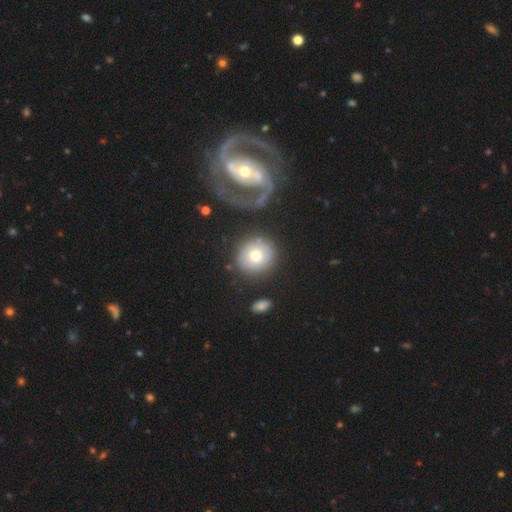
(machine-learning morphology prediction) smooth_or_featured: smooth (p=0.68) [alt: featured or disk p=0.23]
how_rounded: round (p=0.89) [alt: in between p=0.10]
merging: none (p=0.76) [alt: minor disturbance p=0.11]